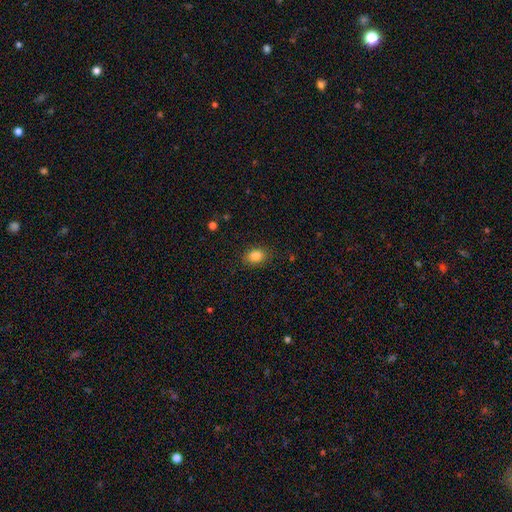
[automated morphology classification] A smooth galaxy with no disk features (84%) that is in between round and cigar-shaped (67%). Merging: none (87%).